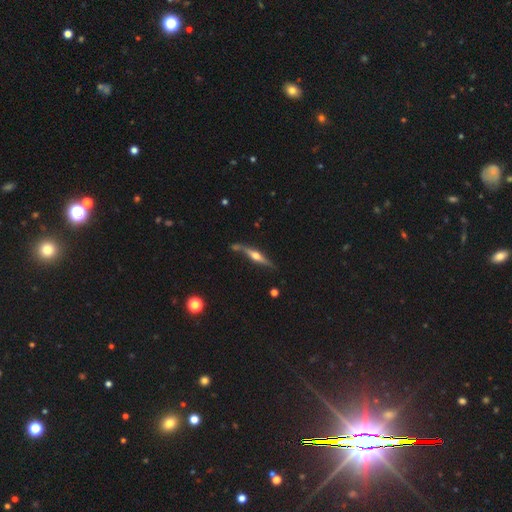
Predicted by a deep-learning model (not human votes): The model was most divided on "smooth or featured": featured or disk: 77%, smooth: 18%, star or artifact: 6%. More confident: edge-on disk — yes (96%); edge-on bulge — rounded (93%); merging — none (74%).